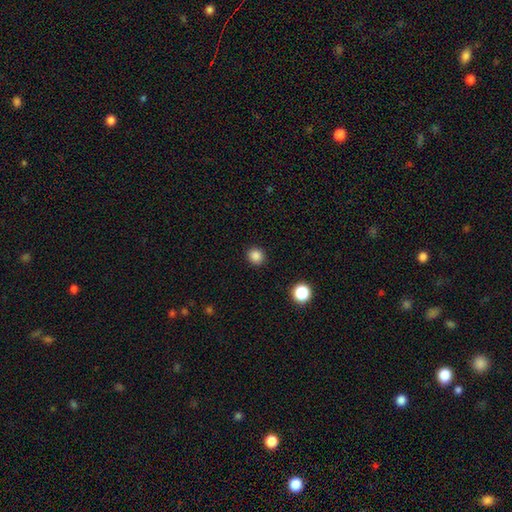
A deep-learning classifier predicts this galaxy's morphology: Smooth or featured?
  - smooth: 85% *
  - star or artifact: 12%
  - featured or disk: 3%
How rounded?
  - round: 86% *
  - in between: 13%
  - cigar-shaped: 1%
Merging?
  - none: 91% *
  - minor disturbance: 6%
  - major disturbance: 2%
  - merger: 1%